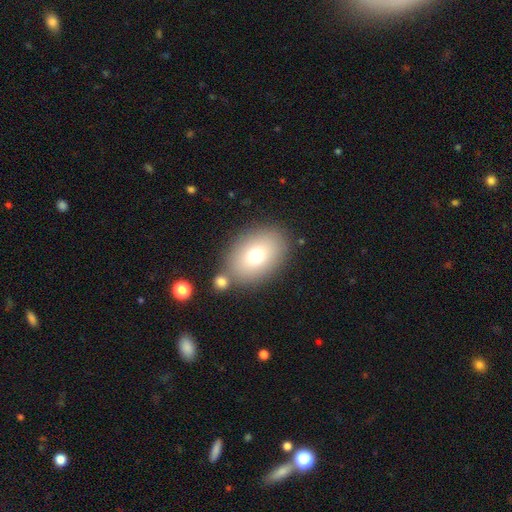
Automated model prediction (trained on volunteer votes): A smooth galaxy with no disk features (74%) that is in between round and cigar-shaped (79%). Merging: none (74%).